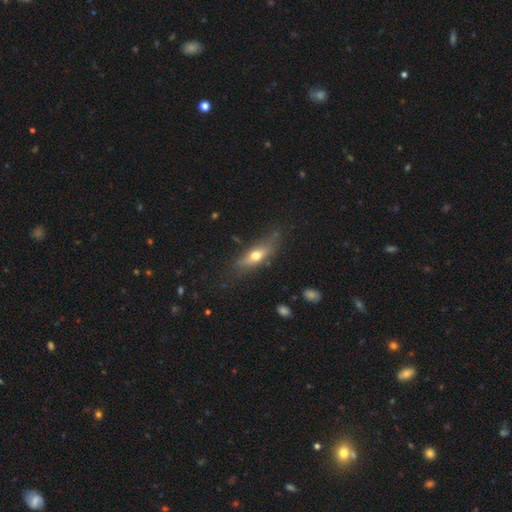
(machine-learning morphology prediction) smooth 53%, featured or disk 39%, star or artifact 8%. Down the decision tree: how rounded — cigar-shaped (49%); merging — none (69%).